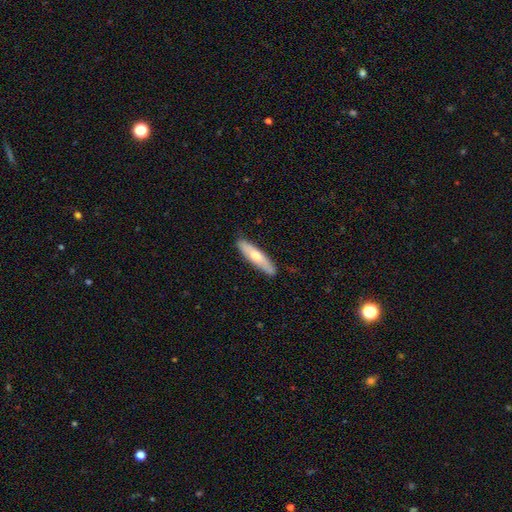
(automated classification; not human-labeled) Smooth or featured? smooth (58%)
How rounded? cigar-shaped (76%)
Merging? none (87%)